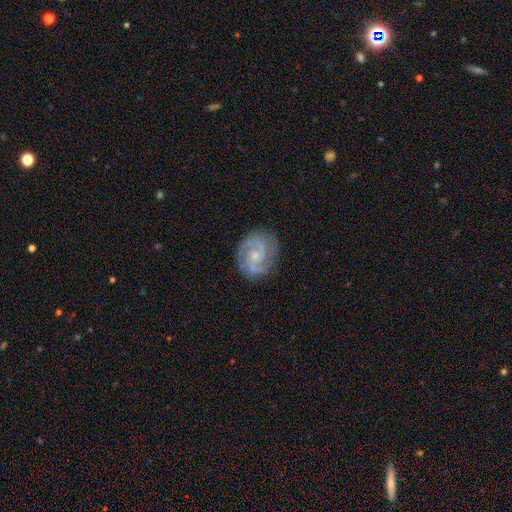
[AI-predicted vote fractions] Smooth or featured?
  - featured or disk: 88% *
  - smooth: 7%
  - star or artifact: 5%
Edge-on disk?
  - no: 98% *
  - yes: 2%
Bar?
  - no: 57% *
  - weak: 37%
  - strong: 6%
Spiral arms?
  - yes: 97% *
  - no: 3%
Spiral winding?
  - medium: 51% *
  - tight: 39%
  - loose: 10%
Spiral arm count?
  - 2: 85% *
  - 3: 6%
  - can't tell: 4%
  - 1: 2%
  - 4: 1%
  - more than 4: 1%
Bulge size?
  - small: 59% *
  - moderate: 30%
  - none: 8%
  - large: 2%
  - dominant: 1%
Merging?
  - none: 81% *
  - minor disturbance: 14%
  - major disturbance: 4%
  - merger: 1%